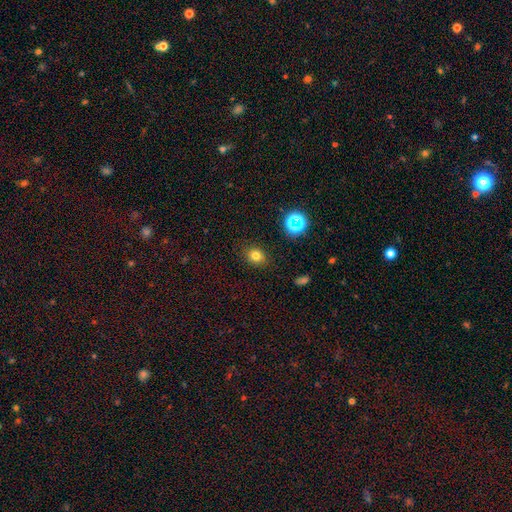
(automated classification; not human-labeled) Smooth or featured: smooth — 76% (star or artifact — 16%)
How rounded: round — 62% (in between — 37%)
Merging: none — 87% (minor disturbance — 9%)